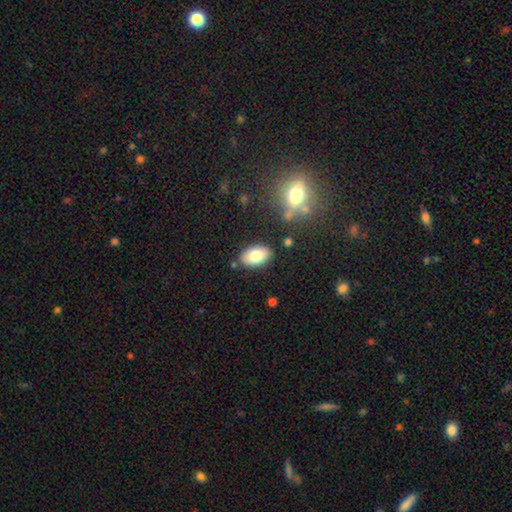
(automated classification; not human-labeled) Q: Smooth or featured?
A: smooth (80%); runner-up: featured or disk (12%)
Q: How rounded?
A: in between (93%); runner-up: round (6%)
Q: Merging?
A: none (84%); runner-up: minor disturbance (11%)